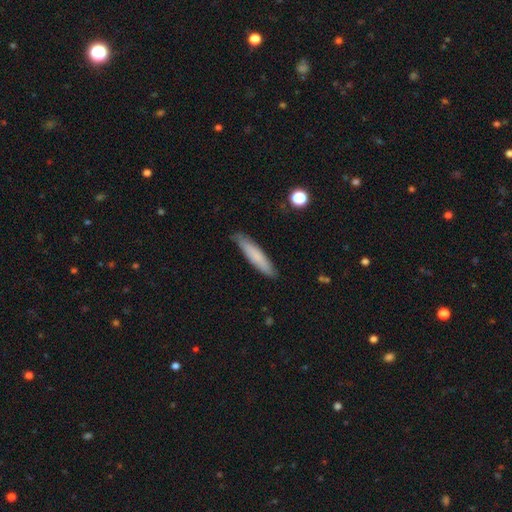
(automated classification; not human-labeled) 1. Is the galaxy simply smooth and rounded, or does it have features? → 75% smooth, 19% featured or disk, 6% star or artifact.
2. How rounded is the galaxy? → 84% cigar-shaped, 15% in between, 1% round.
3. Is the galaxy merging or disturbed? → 83% none, 14% minor disturbance, 2% major disturbance, 1% merger.